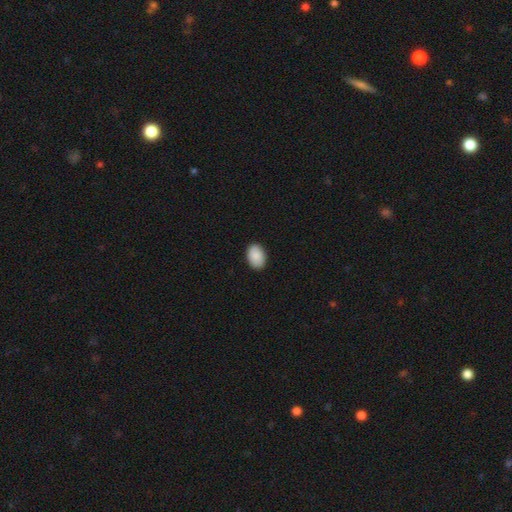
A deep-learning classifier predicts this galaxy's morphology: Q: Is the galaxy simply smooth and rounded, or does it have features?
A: smooth — 90%.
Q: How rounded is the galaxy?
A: in between — 85%.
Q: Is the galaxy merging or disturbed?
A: none — 90%.